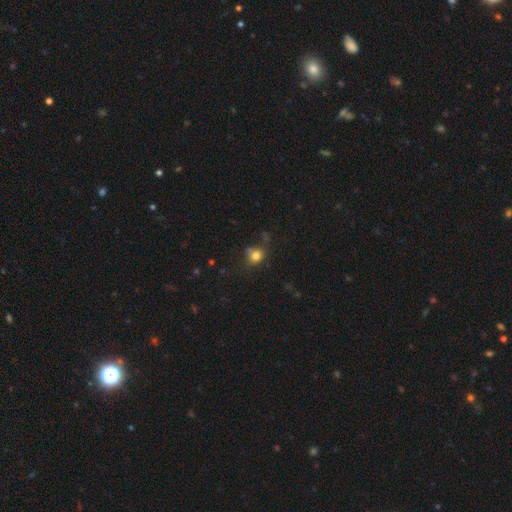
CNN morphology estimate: smooth_or_featured: smooth (p=0.79) [alt: star or artifact p=0.13]
how_rounded: round (p=0.75) [alt: in between p=0.24]
merging: none (p=0.66) [alt: minor disturbance p=0.19]